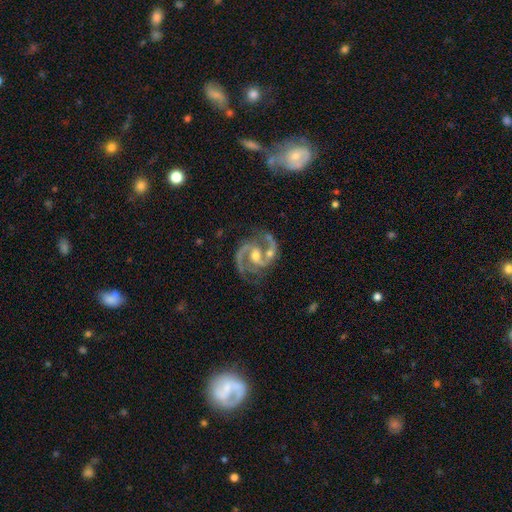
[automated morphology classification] Smooth or featured?
  - featured or disk: 92% *
  - star or artifact: 5%
  - smooth: 3%
Edge-on disk?
  - no: 98% *
  - yes: 2%
Bar?
  - weak: 44% *
  - no: 30%
  - strong: 26%
Spiral arms?
  - yes: 98% *
  - no: 2%
Spiral winding?
  - medium: 65% *
  - tight: 20%
  - loose: 14%
Spiral arm count?
  - 2: 90% *
  - 3: 4%
  - can't tell: 2%
  - 1: 2%
  - 4: 1%
  - more than 4: 1%
Bulge size?
  - moderate: 62% *
  - small: 32%
  - large: 3%
  - none: 2%
  - dominant: 1%
Merging?
  - none: 60% *
  - minor disturbance: 18%
  - merger: 12%
  - major disturbance: 9%